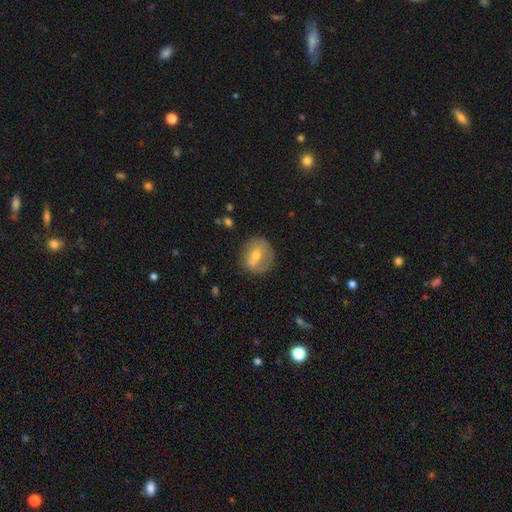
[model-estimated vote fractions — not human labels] Morphology: type=smooth (48%); merging=none (68%).